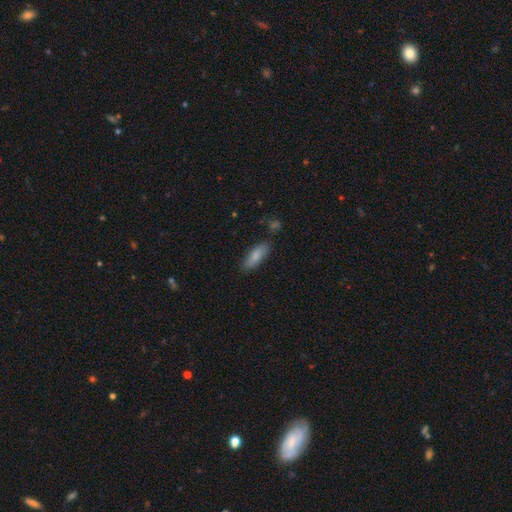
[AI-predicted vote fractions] Smooth or featured? Predicted: smooth (p=0.83). How rounded? Predicted: in between (p=0.66). Merging? Predicted: none (p=0.80).